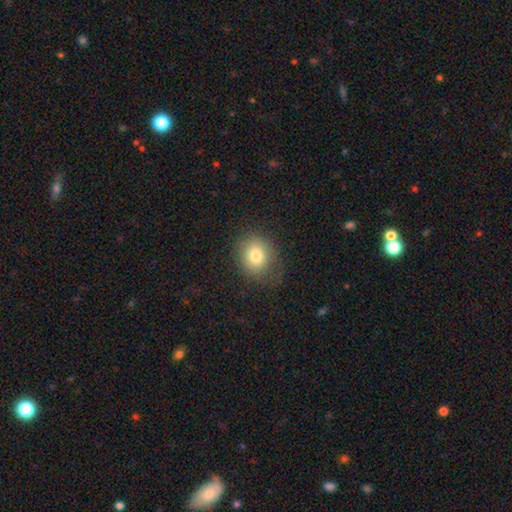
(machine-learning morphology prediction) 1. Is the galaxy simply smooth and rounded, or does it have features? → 79% smooth, 11% star or artifact, 11% featured or disk.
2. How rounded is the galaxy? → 62% round, 37% in between, 1% cigar-shaped.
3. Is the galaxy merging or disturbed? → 75% none, 17% minor disturbance, 7% major disturbance, 1% merger.